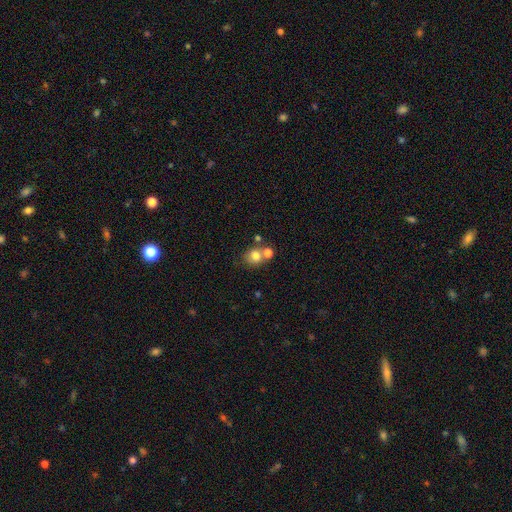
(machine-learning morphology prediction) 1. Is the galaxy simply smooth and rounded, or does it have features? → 76% smooth, 12% star or artifact, 12% featured or disk.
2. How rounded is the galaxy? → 70% round, 29% in between, 1% cigar-shaped.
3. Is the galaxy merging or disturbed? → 47% none, 38% merger, 10% minor disturbance, 4% major disturbance.